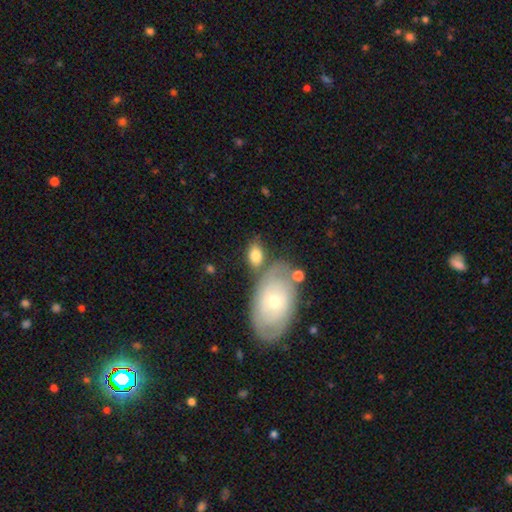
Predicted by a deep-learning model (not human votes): smooth_or_featured: smooth (p=0.73) [alt: featured or disk p=0.20]
how_rounded: in between (p=0.85) [alt: round p=0.13]
merging: none (p=0.55) [alt: merger p=0.20]